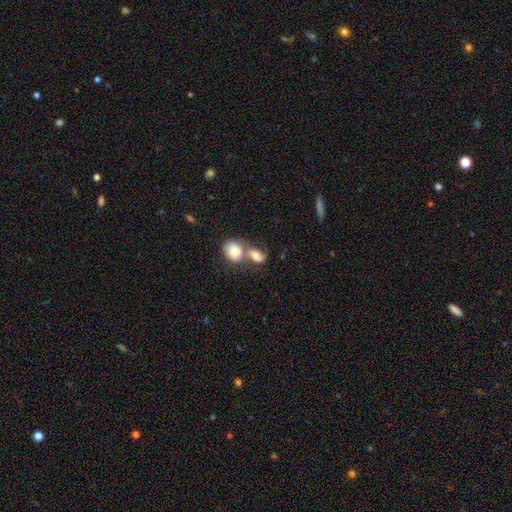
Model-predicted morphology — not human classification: type=smooth (68%); roundness=in between (62%); merging=merger (71%).